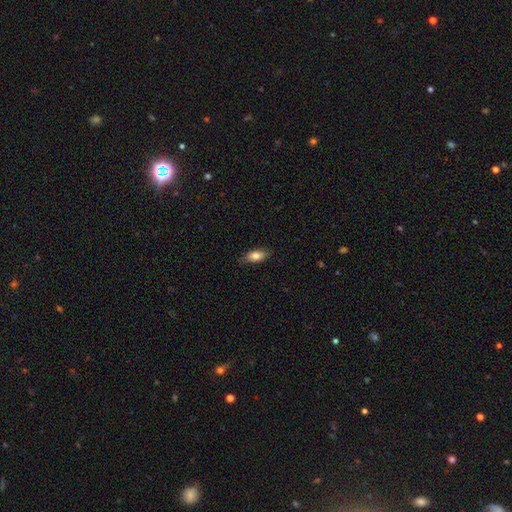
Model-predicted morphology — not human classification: Overall: smooth (81%). How rounded: in between (84%). Merging: none (83%).